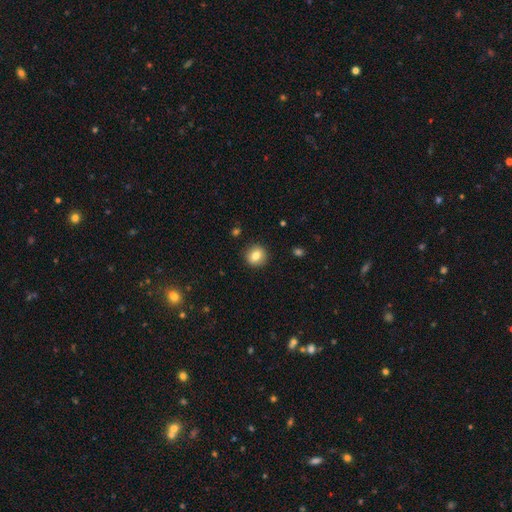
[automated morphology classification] type=smooth (81%); roundness=round (85%); merging=none (91%).